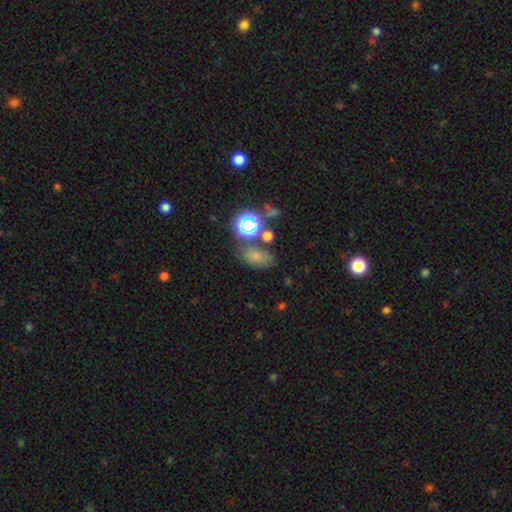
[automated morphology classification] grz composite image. It shows a smooth galaxy with no disk features (63%) that is in between round and cigar-shaped (78%). Merging: none (61%).